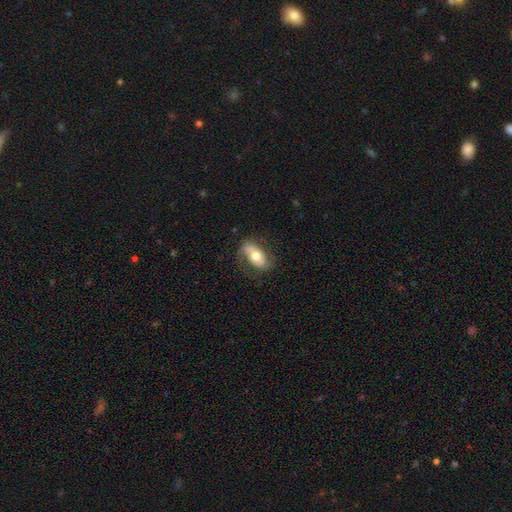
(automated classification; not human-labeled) smooth-or-featured: smooth: 47% | featured or disk: 46% | star or artifact: 7%
  merging: none: 64% | minor disturbance: 23% | major disturbance: 12% | merger: 2%